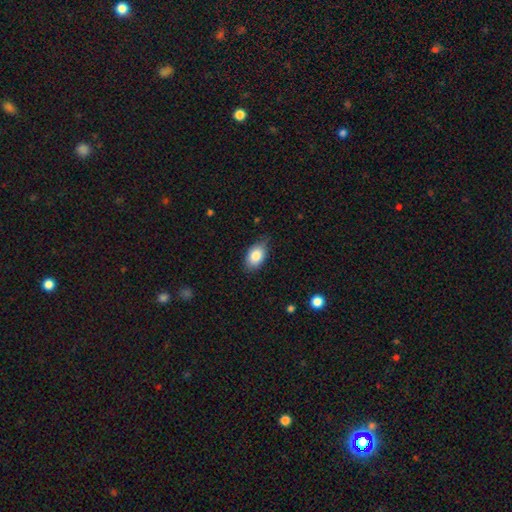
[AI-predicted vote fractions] Smooth or featured: smooth — 83% (featured or disk — 10%)
How rounded: in between — 89% (round — 10%)
Merging: none — 75% (minor disturbance — 21%)